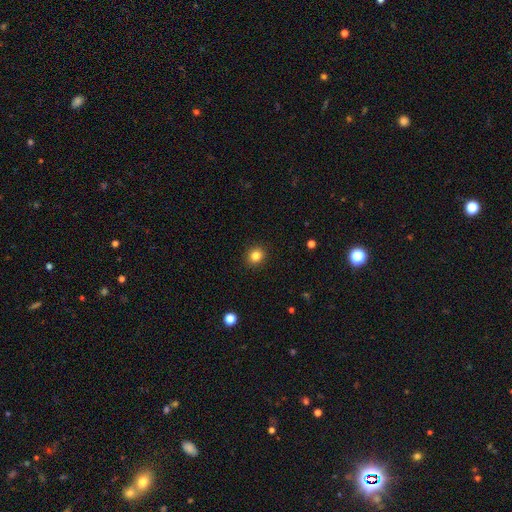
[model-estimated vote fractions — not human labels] smooth-or-featured: smooth: 83% | star or artifact: 11% | featured or disk: 5%
  how-rounded: round: 86% | in between: 13% | cigar-shaped: 1%
  merging: none: 92% | minor disturbance: 5% | major disturbance: 2% | merger: 1%